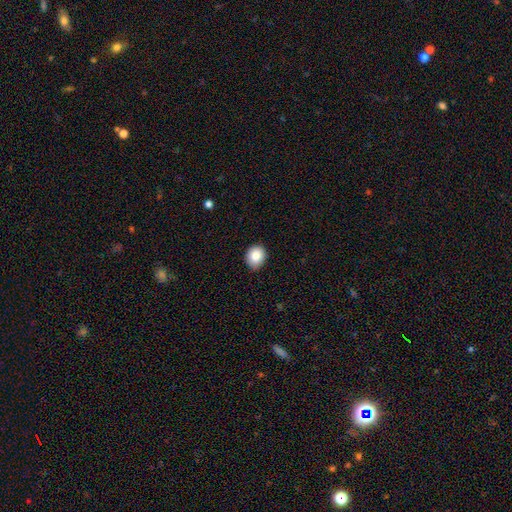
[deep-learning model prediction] Overall: smooth (85%). How rounded: round (64%; in between 35%). Merging: none (85%).